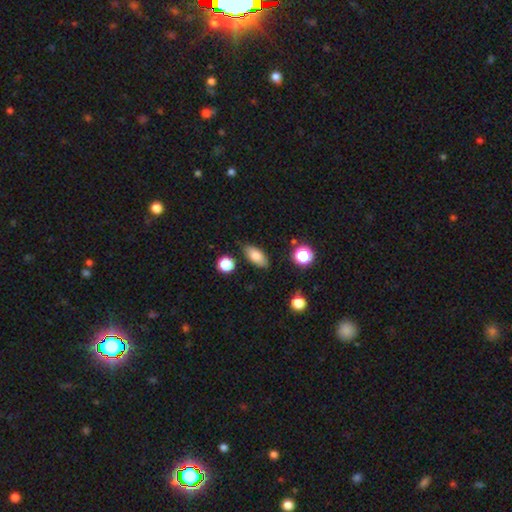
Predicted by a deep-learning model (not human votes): Smooth or featured? Predicted: smooth (p=0.80). How rounded? Predicted: in between (p=0.85). Merging? Predicted: none (p=0.80).